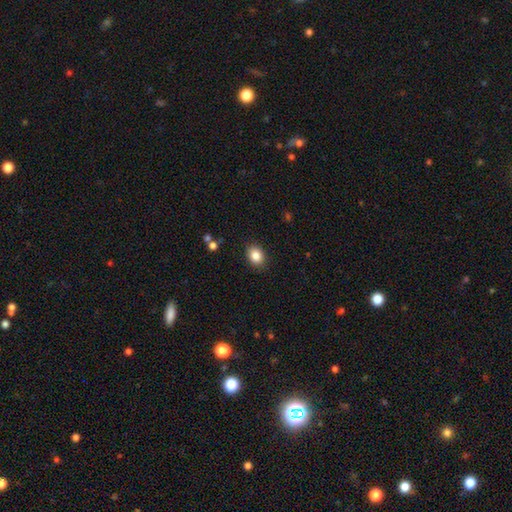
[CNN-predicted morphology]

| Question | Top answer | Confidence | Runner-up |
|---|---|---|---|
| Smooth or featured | smooth | 86% | star or artifact (9%) |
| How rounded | in between | 62% | round (37%) |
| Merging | none | 88% | minor disturbance (9%) |